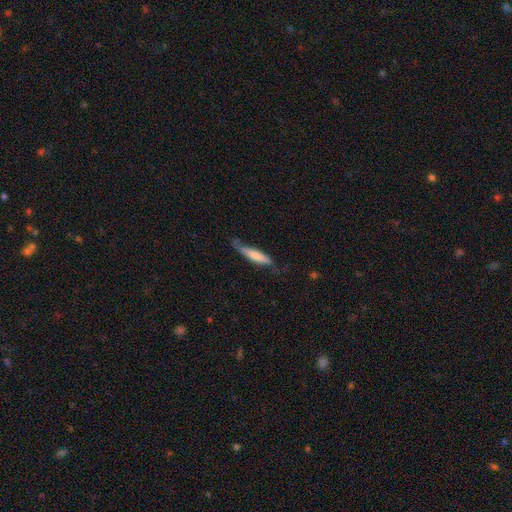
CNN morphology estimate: smooth 63%, featured or disk 31%, star or artifact 5%. Down the decision tree: how rounded — cigar-shaped (82%); merging — none (52%).